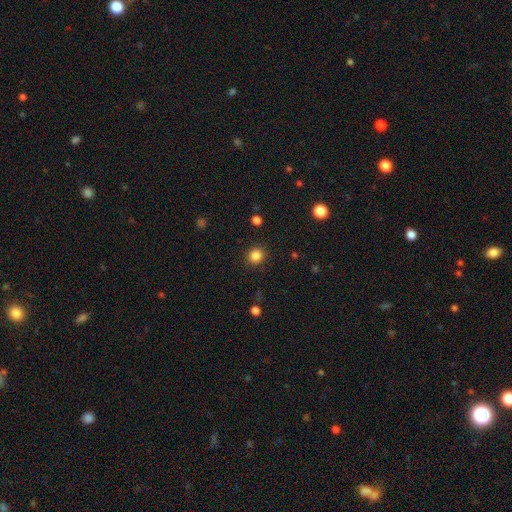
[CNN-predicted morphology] Smooth or featured? Predicted: smooth (p=0.85). How rounded? Predicted: round (p=0.87). Merging? Predicted: none (p=0.90).